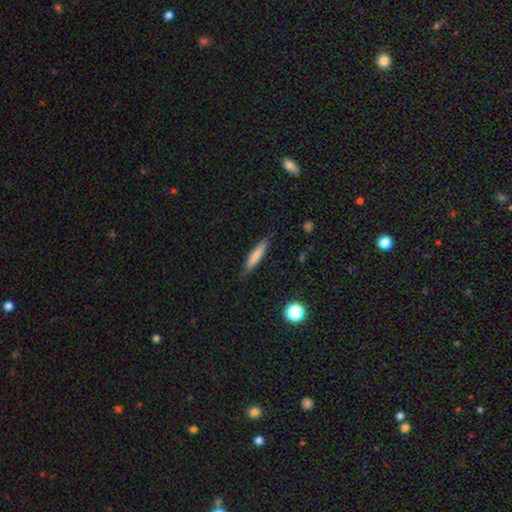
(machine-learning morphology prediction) This is likely a smooth galaxy (74%). How rounded: clearly cigar-shaped (88%). Merging: clearly none (84%).